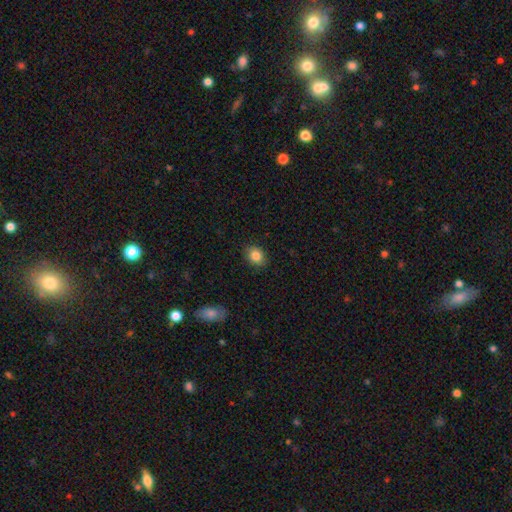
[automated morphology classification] The model was most divided on "how rounded": in between: 50%, round: 49%, cigar-shaped: 1%. More confident: merging — none (88%); smooth or featured — smooth (85%).